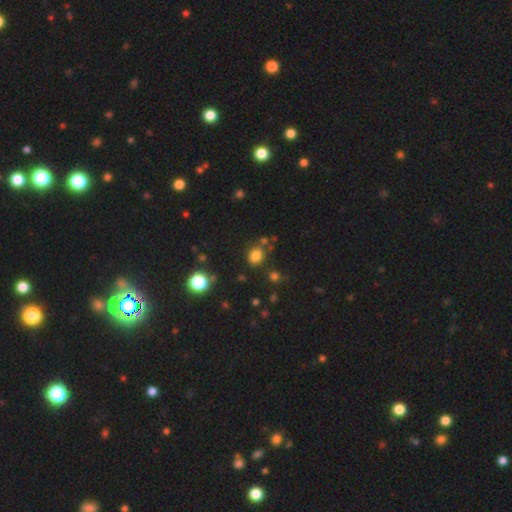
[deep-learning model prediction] smooth_or_featured: smooth (p=0.79) [alt: star or artifact p=0.15]
how_rounded: round (p=0.61) [alt: in between p=0.38]
merging: none (p=0.76) [alt: minor disturbance p=0.12]